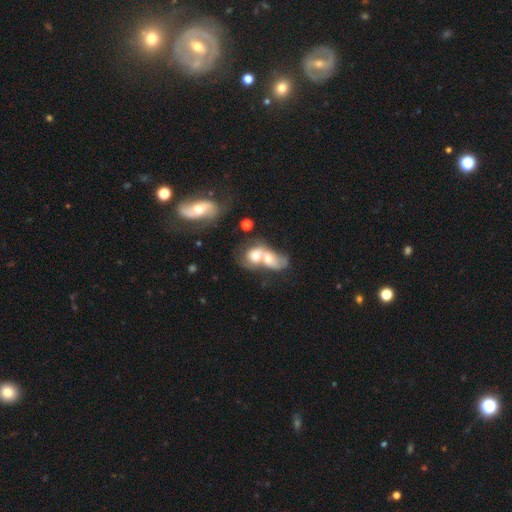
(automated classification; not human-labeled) This appears to be a smooth galaxy with no disk features (47%). Merging: merger (83%).